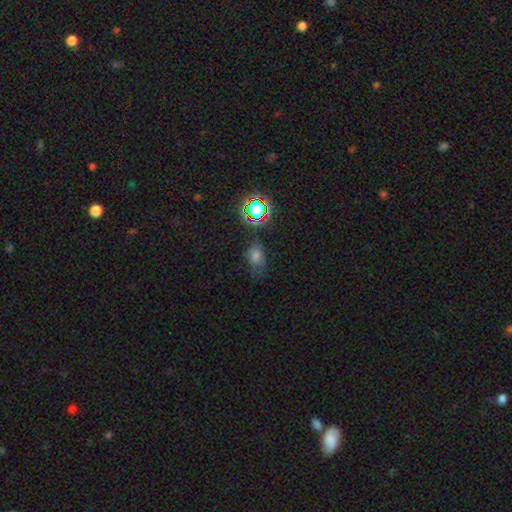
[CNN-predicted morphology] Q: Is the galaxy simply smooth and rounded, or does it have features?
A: smooth — 54%.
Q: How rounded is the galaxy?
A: in between — 70%.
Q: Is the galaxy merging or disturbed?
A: none — 60%.